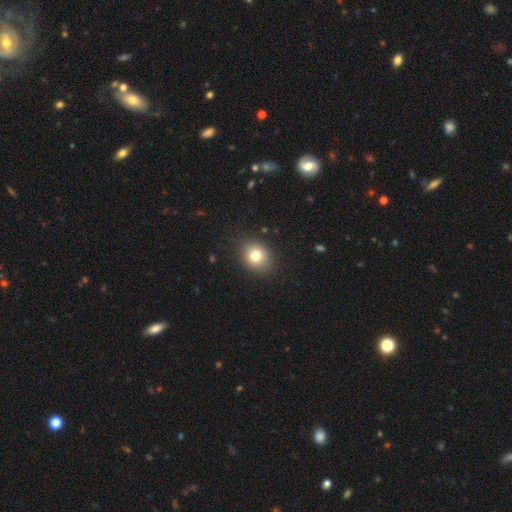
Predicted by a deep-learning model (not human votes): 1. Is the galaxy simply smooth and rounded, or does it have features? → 78% smooth, 11% star or artifact, 10% featured or disk.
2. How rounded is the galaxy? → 60% round, 39% in between, 1% cigar-shaped.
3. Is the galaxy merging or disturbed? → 86% none, 10% minor disturbance, 3% major disturbance, 1% merger.